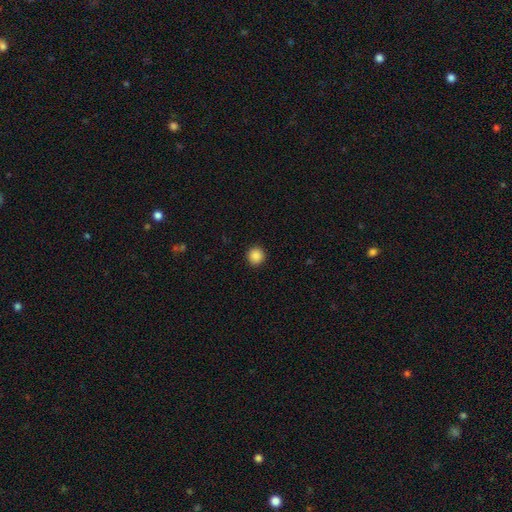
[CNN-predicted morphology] smooth_or_featured: smooth (p=0.88) [alt: star or artifact p=0.09]
how_rounded: round (p=0.95) [alt: in between p=0.05]
merging: none (p=0.93) [alt: minor disturbance p=0.04]